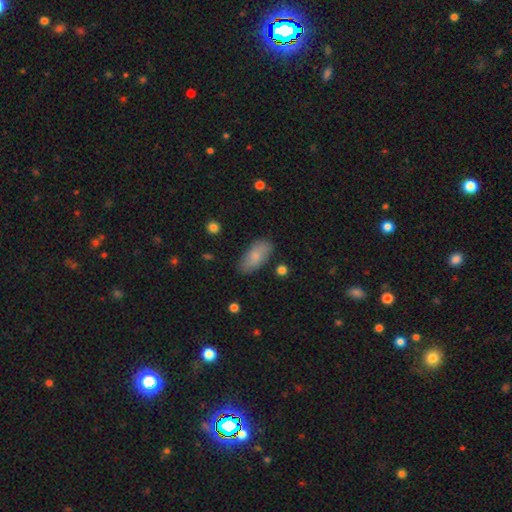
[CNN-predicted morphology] smooth 74%, featured or disk 19%, star or artifact 7%. Down the decision tree: how rounded — in between (90%); merging — none (80%).